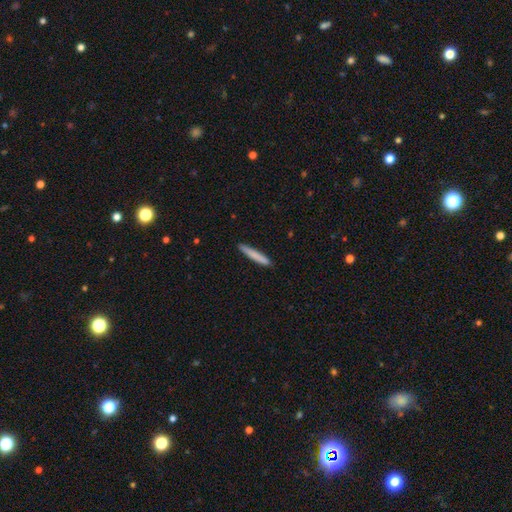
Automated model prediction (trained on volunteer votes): Smooth or featured? Predicted: smooth (p=0.79). How rounded? Predicted: cigar-shaped (p=0.96). Merging? Predicted: none (p=0.91).